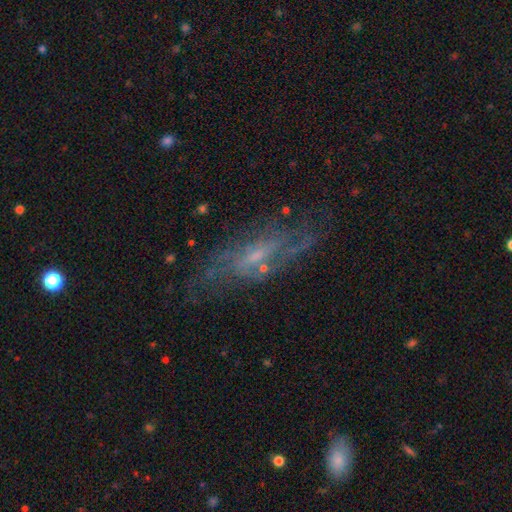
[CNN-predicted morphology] This is likely a featured or disk galaxy (72%). It is likely not viewed edge-on (77%). Bar: possibly weak (46%). Spiral arm pattern: likely yes (80%). Central bulge: possibly small (59%). Merging: likely none (70%).